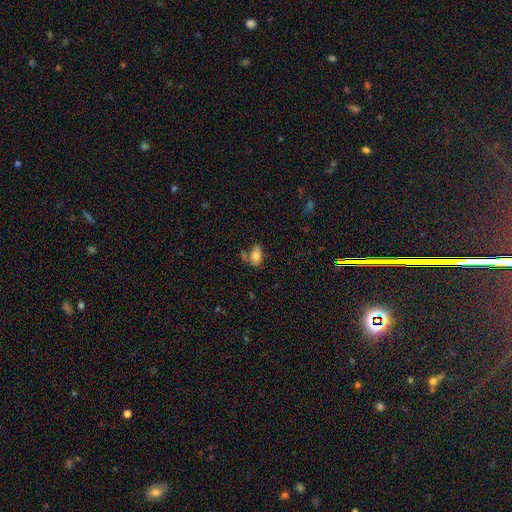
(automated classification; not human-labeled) This appears to be a smooth galaxy with no disk features (77%) that is in between round and cigar-shaped (89%). Merging: none (53%).